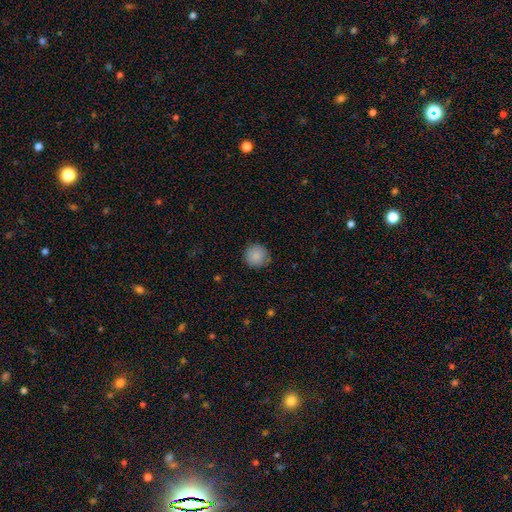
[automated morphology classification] This is clearly a smooth galaxy (87%). How rounded: clearly round (94%). Merging: clearly none (87%).